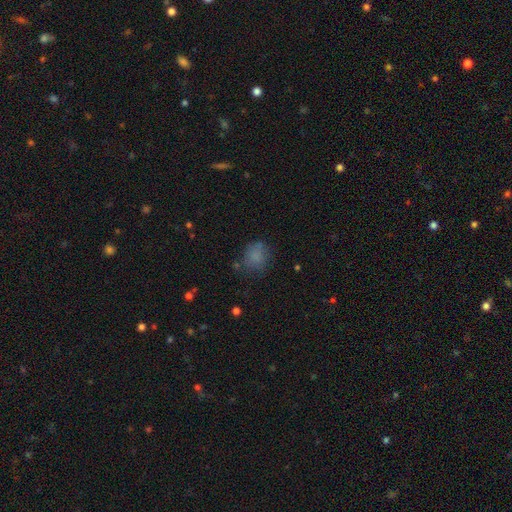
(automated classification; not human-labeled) smooth-or-featured: smooth: 76% | star or artifact: 14% | featured or disk: 10%
  how-rounded: round: 64% | in between: 35% | cigar-shaped: 1%
  merging: none: 62% | minor disturbance: 23% | major disturbance: 11% | merger: 4%